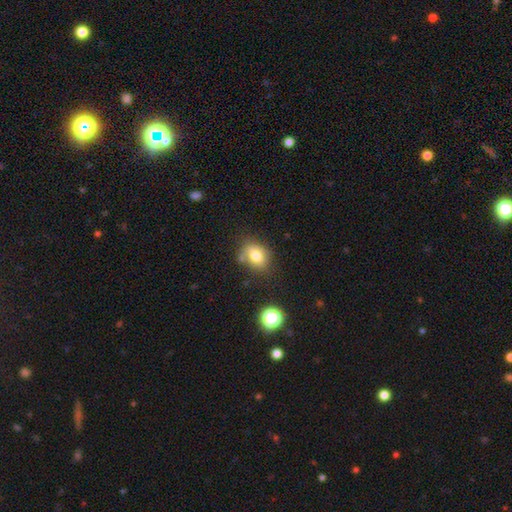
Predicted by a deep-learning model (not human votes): Morphology: type=smooth (77%); roundness=in between (57%); merging=none (62%).